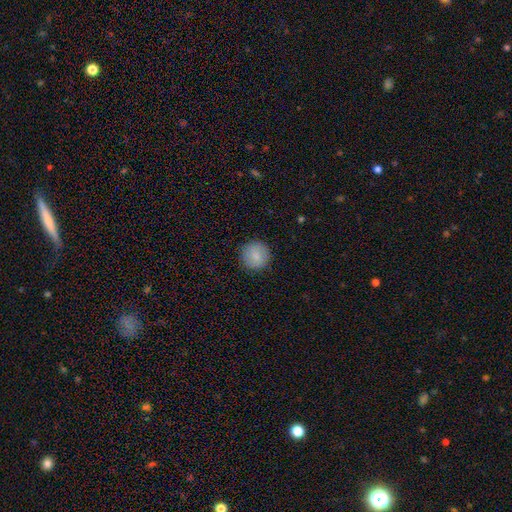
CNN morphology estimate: Smooth or featured? Predicted: smooth (p=0.85). How rounded? Predicted: round (p=0.95). Merging? Predicted: none (p=0.90).